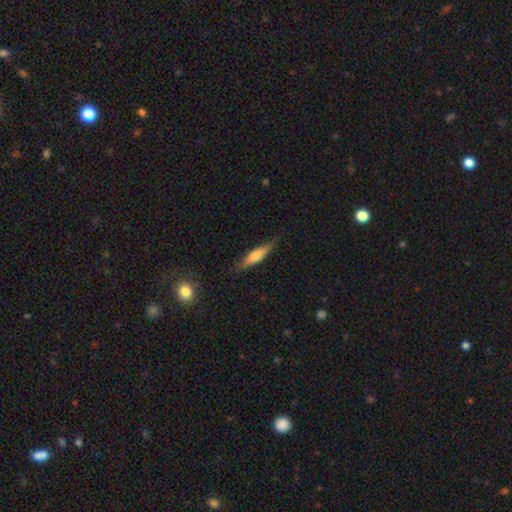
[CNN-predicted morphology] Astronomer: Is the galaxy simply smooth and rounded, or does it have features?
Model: smooth — 57% (runner-up: featured or disk, 37%).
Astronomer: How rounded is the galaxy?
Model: cigar-shaped — 76%.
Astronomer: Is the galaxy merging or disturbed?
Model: none — 80%.